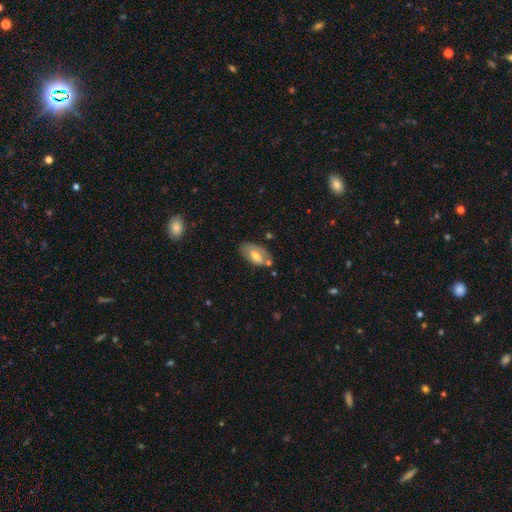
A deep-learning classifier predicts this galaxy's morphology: smooth 57%, featured or disk 37%, star or artifact 6%. Down the decision tree: how rounded — in between (92%); merging — none (55%).